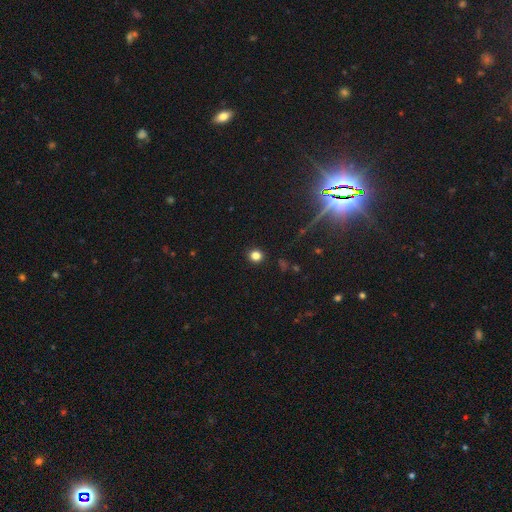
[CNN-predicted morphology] Smooth or featured? Predicted: smooth (p=0.80). How rounded? Predicted: round (p=0.89). Merging? Predicted: none (p=0.92).